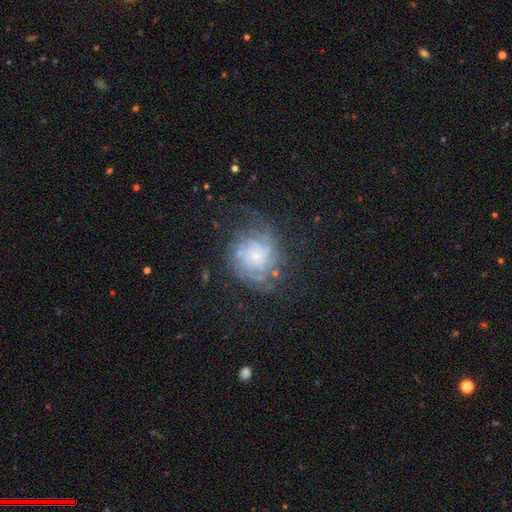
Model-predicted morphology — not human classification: type=featured or disk (82%); edge-on=no (97%); bar=no (78%); spiral arms=yes (95%); winding=tight (68%); arm count=can't tell (35%); bulge=small (76%); merging=none (67%).